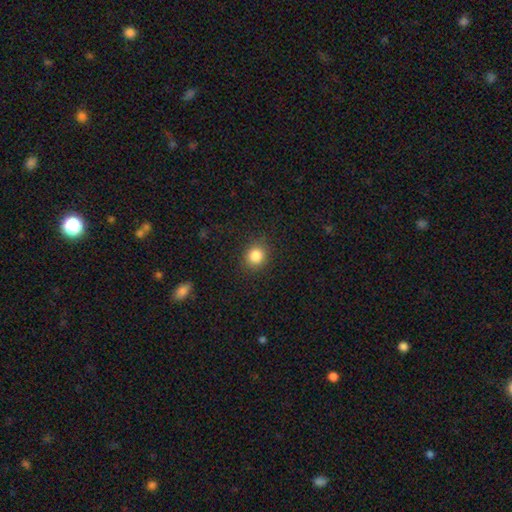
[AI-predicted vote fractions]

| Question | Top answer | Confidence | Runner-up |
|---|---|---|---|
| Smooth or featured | smooth | 85% | star or artifact (11%) |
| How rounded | round | 83% | in between (16%) |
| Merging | none | 88% | minor disturbance (8%) |